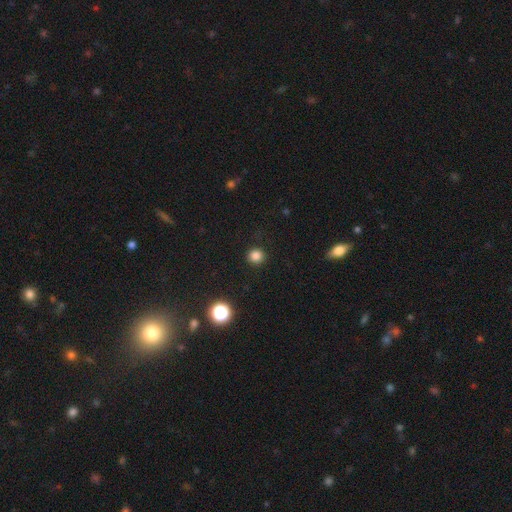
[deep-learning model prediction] Q: Smooth or featured?
A: smooth (83%); runner-up: star or artifact (14%)
Q: How rounded?
A: round (92%); runner-up: in between (7%)
Q: Merging?
A: none (91%); runner-up: minor disturbance (6%)